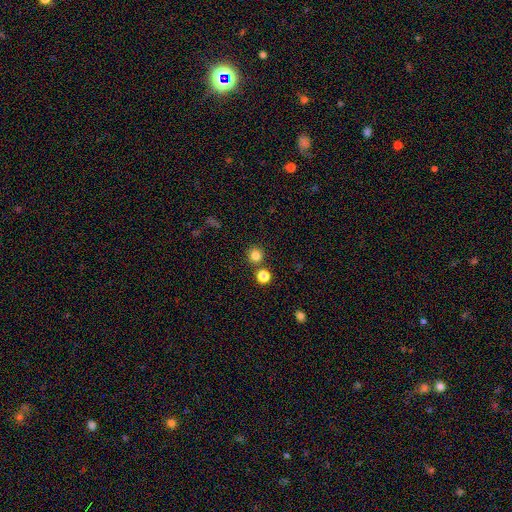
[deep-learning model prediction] smooth 81%, star or artifact 15%, featured or disk 5%. Down the decision tree: how rounded — round (94%); merging — none (81%).